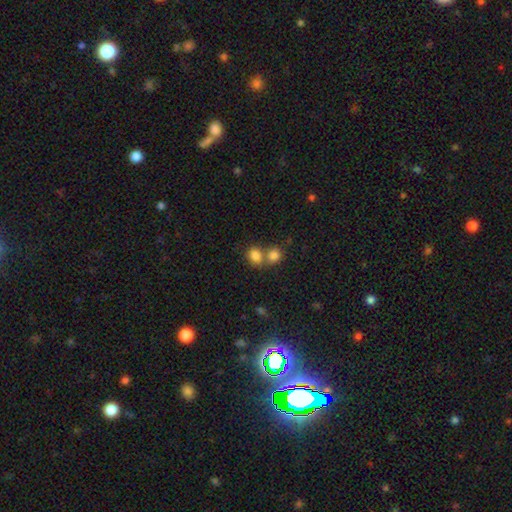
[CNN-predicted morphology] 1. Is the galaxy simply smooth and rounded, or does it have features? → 82% smooth, 11% star or artifact, 7% featured or disk.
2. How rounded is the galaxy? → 55% round, 44% in between, 1% cigar-shaped.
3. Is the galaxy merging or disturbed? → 50% merger, 40% none, 7% minor disturbance, 3% major disturbance.